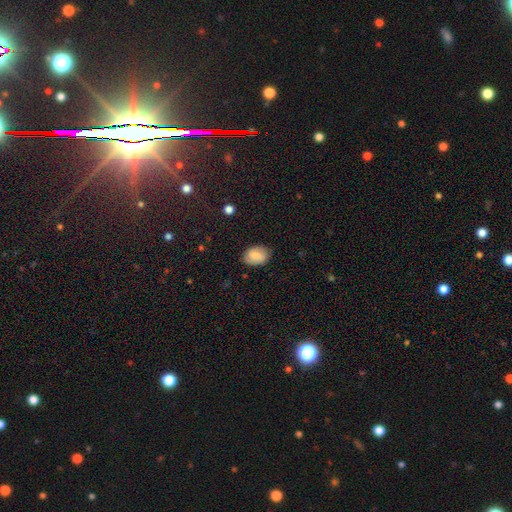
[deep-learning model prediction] Smooth or featured? Predicted: smooth (p=0.78). How rounded? Predicted: in between (p=0.81). Merging? Predicted: none (p=0.79).